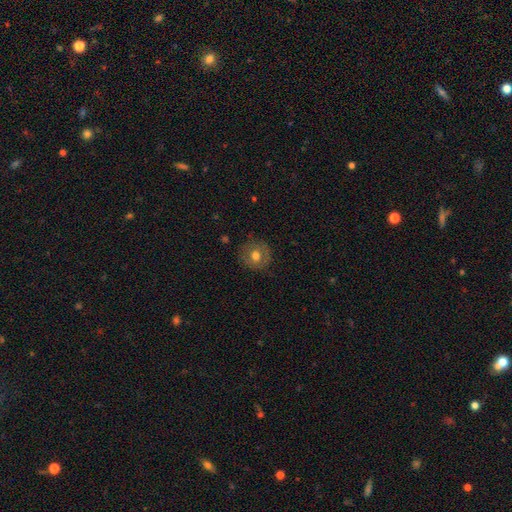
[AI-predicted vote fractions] Smooth or featured: smooth — 65% (featured or disk — 26%)
How rounded: round — 91% (in between — 8%)
Merging: none — 84% (minor disturbance — 11%)